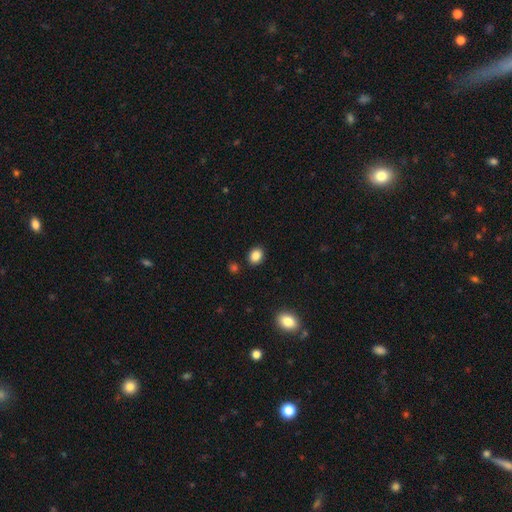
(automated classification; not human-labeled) A smooth galaxy with no disk features (86%) that is in between round and cigar-shaped (53%).

Vote fractions:
- Smooth or featured? smooth: 86% / star or artifact: 10% / featured or disk: 4%
- How rounded? in between: 53% / round: 46% / cigar-shaped: 1%
- Merging? none: 87% / minor disturbance: 8% / merger: 3% / major disturbance: 2%